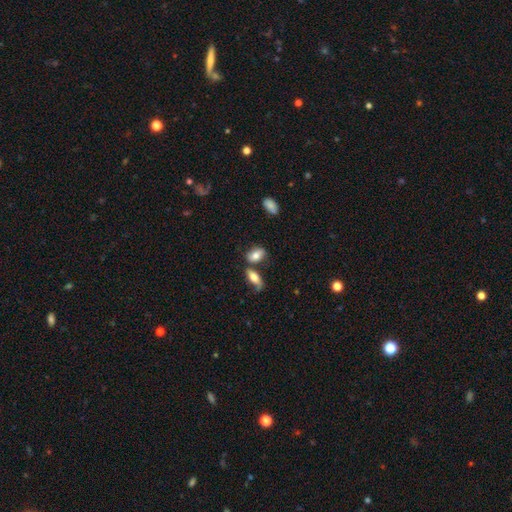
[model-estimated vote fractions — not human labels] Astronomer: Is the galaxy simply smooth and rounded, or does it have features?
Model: smooth — 75%.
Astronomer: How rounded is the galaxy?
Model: in between — 88%.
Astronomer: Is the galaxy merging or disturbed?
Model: none — 56%.